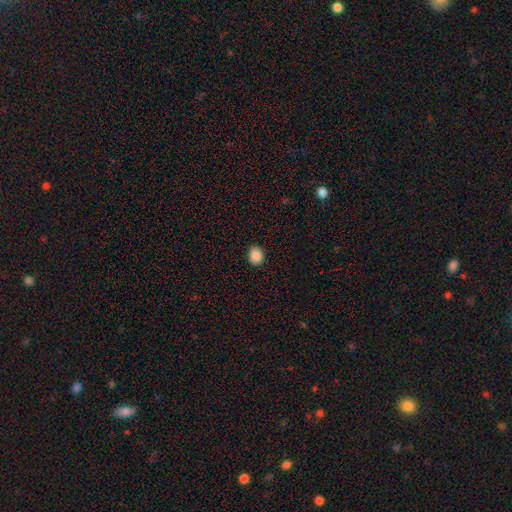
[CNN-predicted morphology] Smooth or featured? Predicted: smooth (p=0.86). How rounded? Predicted: round (p=0.70). Merging? Predicted: none (p=0.89).